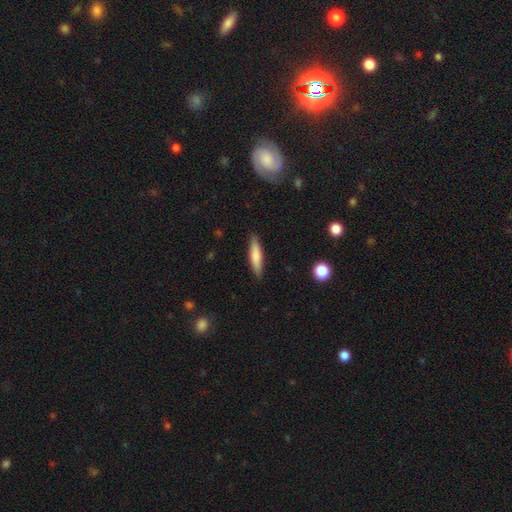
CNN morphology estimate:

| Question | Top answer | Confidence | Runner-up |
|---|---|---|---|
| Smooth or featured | smooth | 74% | featured or disk (20%) |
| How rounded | cigar-shaped | 82% | in between (17%) |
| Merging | none | 87% | minor disturbance (9%) |